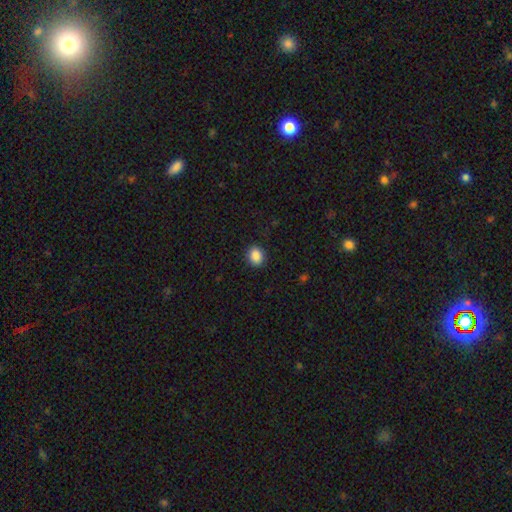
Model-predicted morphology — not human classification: Smooth or featured? Predicted: smooth (p=0.88). How rounded? Predicted: round (p=0.55). Merging? Predicted: none (p=0.90).